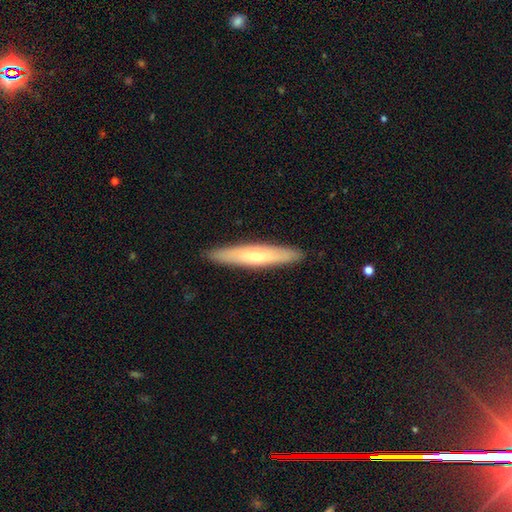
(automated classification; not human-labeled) Overall: smooth (56%; featured or disk 39%). How rounded: cigar-shaped (89%). Merging: none (90%).